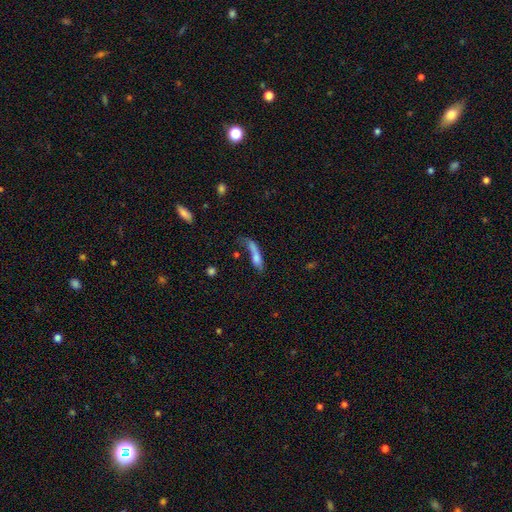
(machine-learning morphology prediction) Smooth or featured?
  - smooth: 65% *
  - featured or disk: 26%
  - star or artifact: 10%
How rounded?
  - cigar-shaped: 65% *
  - in between: 30%
  - round: 4%
Merging?
  - major disturbance: 31% *
  - none: 28%
  - merger: 23%
  - minor disturbance: 18%